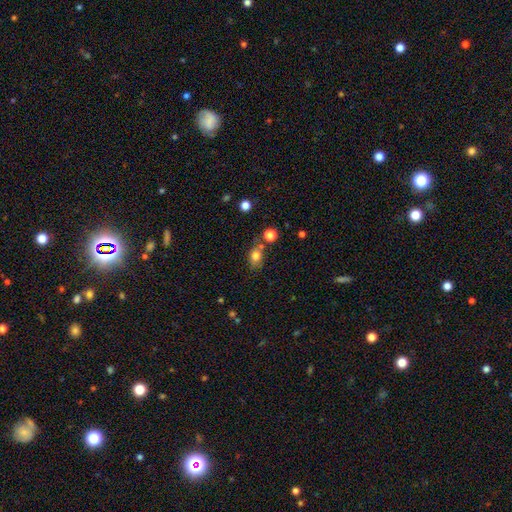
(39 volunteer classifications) A smooth galaxy with no disk features (82%) that is round (59%). Merging: none (57%).